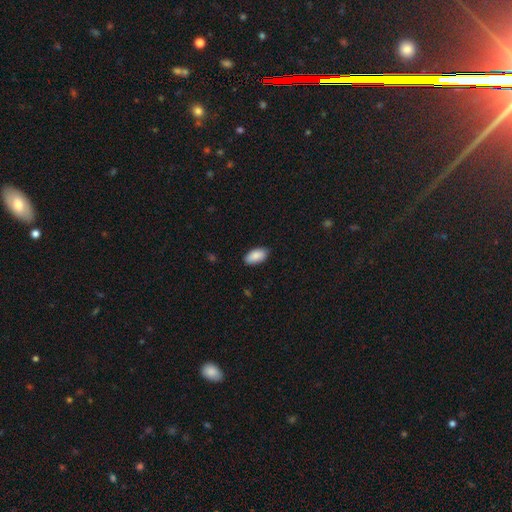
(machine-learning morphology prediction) The model was most divided on "merging": none: 86%, minor disturbance: 11%, major disturbance: 2%, merger: 1%. More confident: how rounded — in between (94%); smooth or featured — smooth (89%).